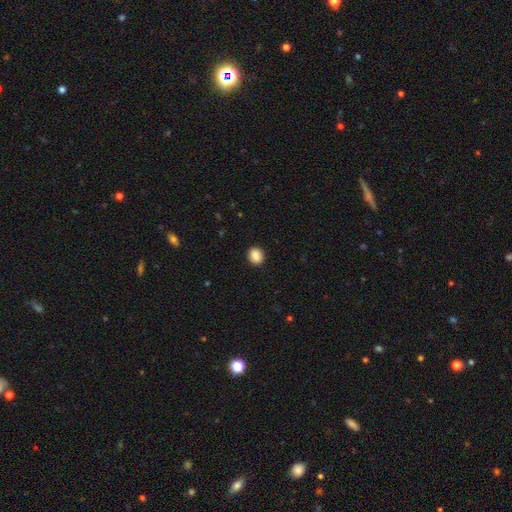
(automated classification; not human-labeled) smooth-or-featured: smooth: 89% | star or artifact: 8% | featured or disk: 3%
  how-rounded: round: 69% | in between: 30% | cigar-shaped: 1%
  merging: none: 90% | minor disturbance: 7% | major disturbance: 2% | merger: 1%